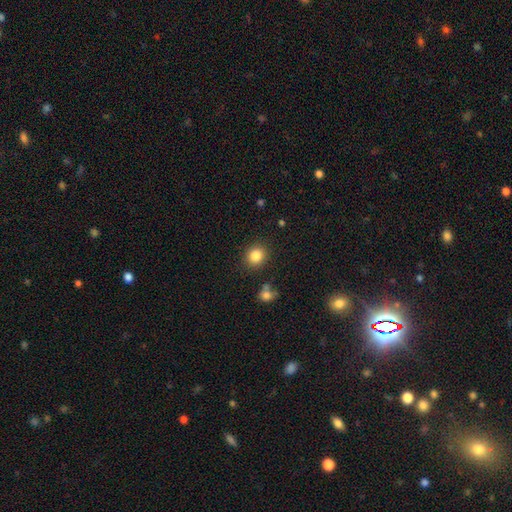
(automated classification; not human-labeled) This is clearly a smooth galaxy (84%). How rounded: likely round (75%). Merging: clearly none (86%).